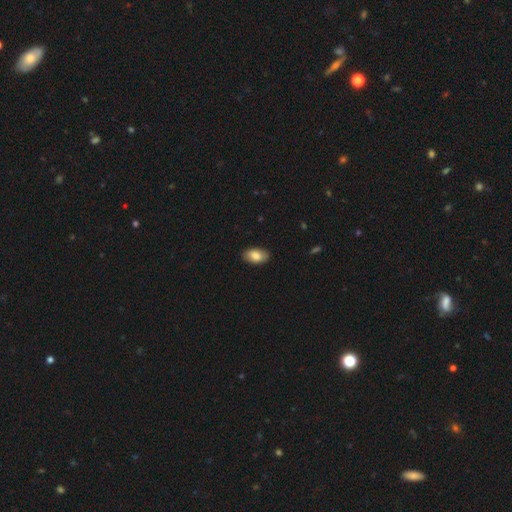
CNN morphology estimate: The model was most divided on "smooth or featured": smooth: 84%, featured or disk: 10%, star or artifact: 7%. More confident: how rounded — in between (94%); merging — none (88%).